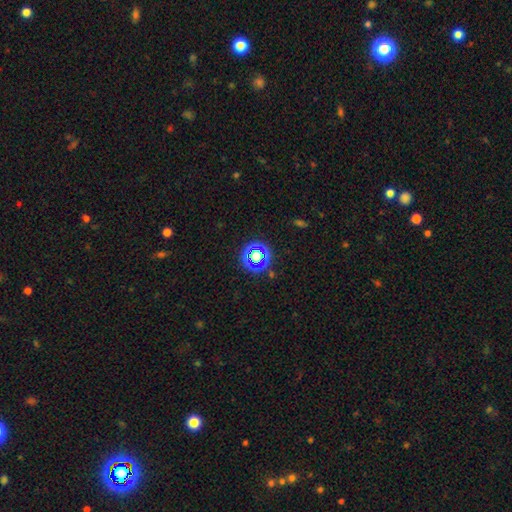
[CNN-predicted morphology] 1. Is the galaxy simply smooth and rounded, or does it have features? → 57% star or artifact, 31% smooth, 12% featured or disk.